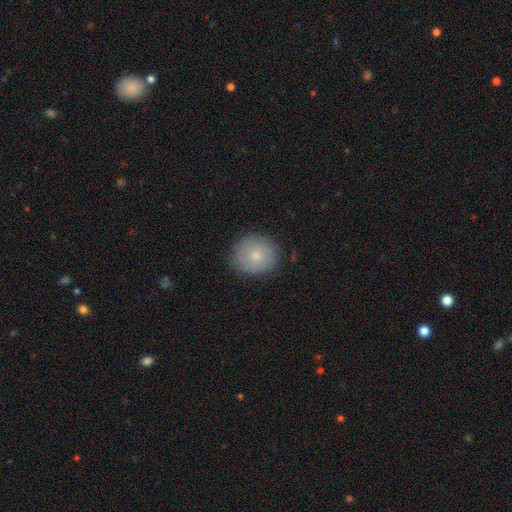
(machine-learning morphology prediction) type=smooth (70%); roundness=round (85%); merging=none (83%).